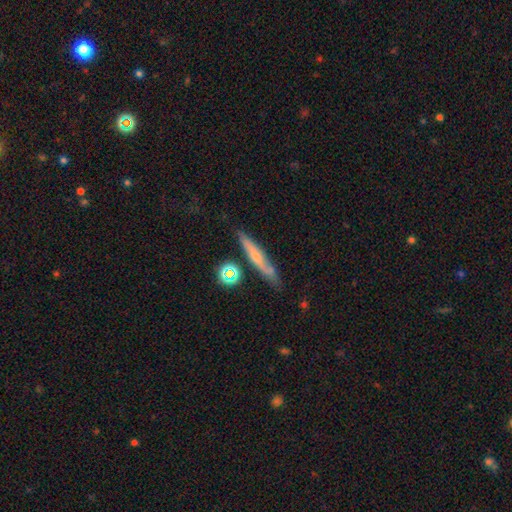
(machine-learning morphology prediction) Smooth or featured: featured or disk — 50% (smooth — 42%)
Merging: none — 72% (minor disturbance — 18%)